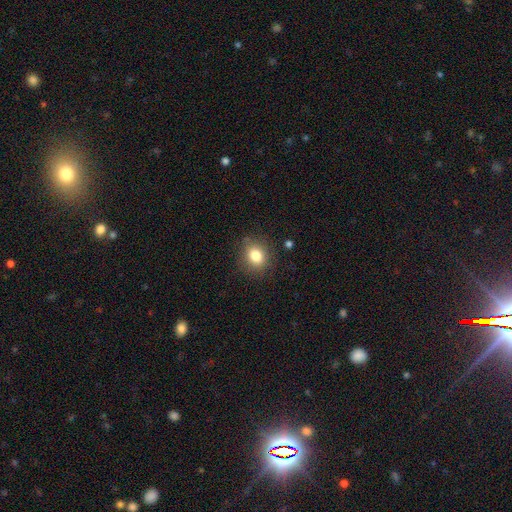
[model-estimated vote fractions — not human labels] A smooth galaxy with no disk features (81%) that is round (64%).

Vote fractions:
- Smooth or featured? smooth: 81% / star or artifact: 11% / featured or disk: 8%
- How rounded? round: 64% / in between: 35% / cigar-shaped: 1%
- Merging? none: 84% / minor disturbance: 11% / major disturbance: 3% / merger: 1%